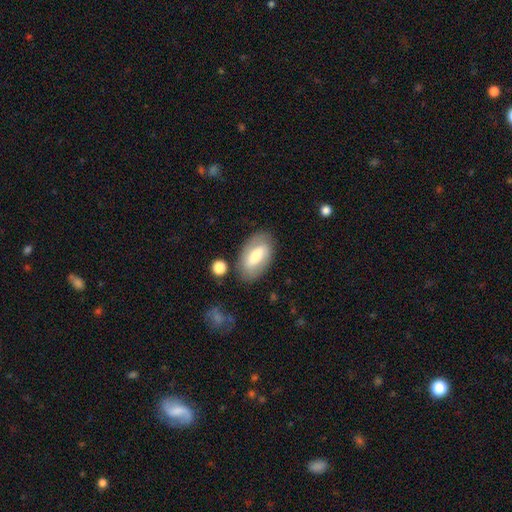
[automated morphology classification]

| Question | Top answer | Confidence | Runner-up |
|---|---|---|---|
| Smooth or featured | smooth | 59% | featured or disk (34%) |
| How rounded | in between | 92% | cigar-shaped (5%) |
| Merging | none | 78% | minor disturbance (14%) |